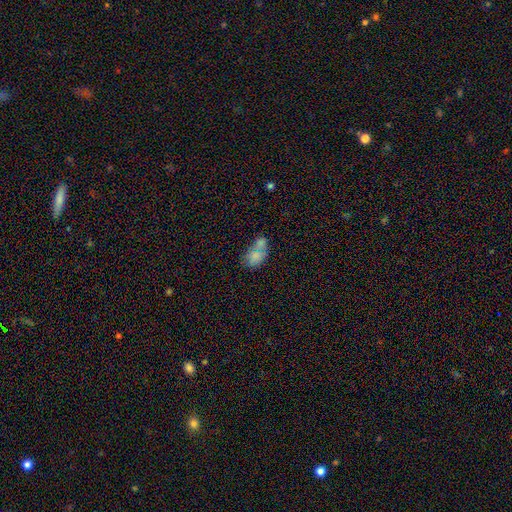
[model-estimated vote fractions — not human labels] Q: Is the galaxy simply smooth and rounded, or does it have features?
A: smooth — 73%.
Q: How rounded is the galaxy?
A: in between — 85%.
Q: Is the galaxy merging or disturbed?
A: merger — 47%.